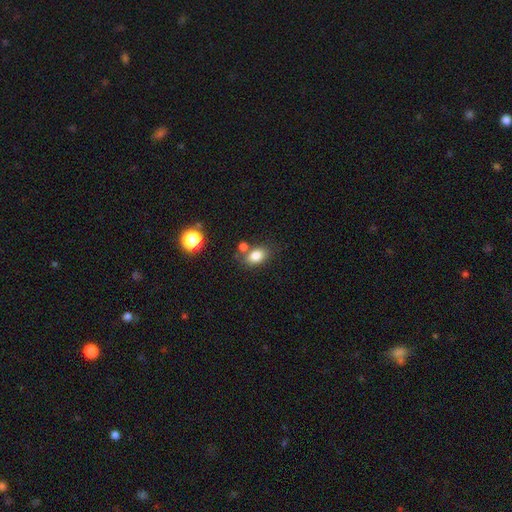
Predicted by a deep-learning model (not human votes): smooth 82%, star or artifact 10%, featured or disk 8%. Down the decision tree: how rounded — in between (79%); merging — none (66%).